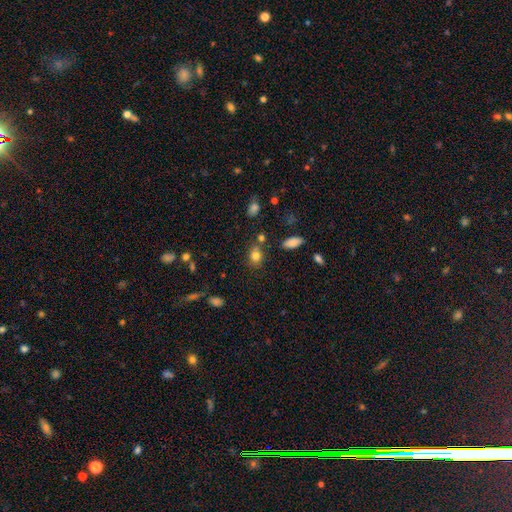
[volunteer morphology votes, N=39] This is likely a smooth galaxy (74%). How rounded: possibly round (52%). Merging: likely none (69%).